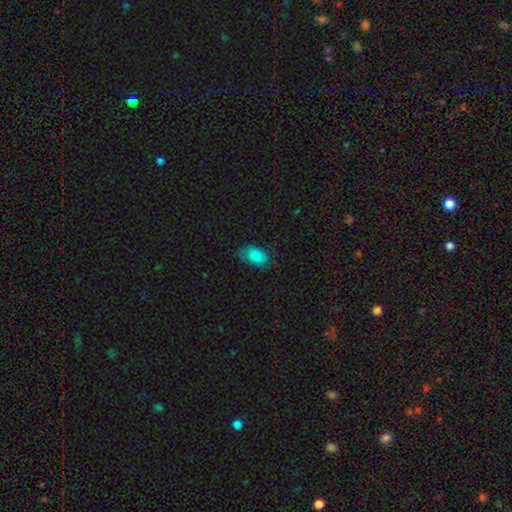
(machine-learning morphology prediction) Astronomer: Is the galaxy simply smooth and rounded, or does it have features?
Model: smooth — 84%.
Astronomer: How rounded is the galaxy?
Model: in between — 92%.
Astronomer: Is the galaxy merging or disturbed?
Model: none — 61%.